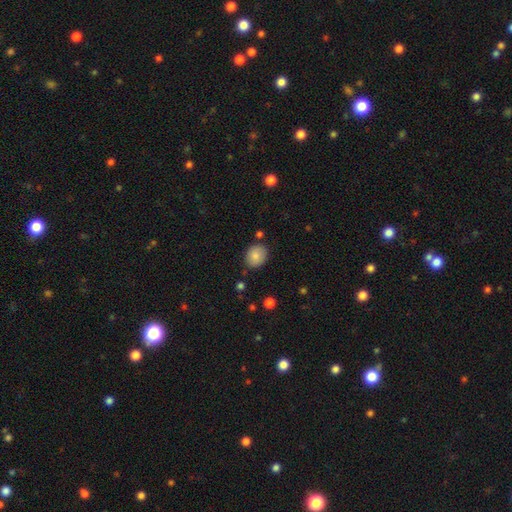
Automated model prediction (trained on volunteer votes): Smooth or featured: smooth — 84% (star or artifact — 8%)
How rounded: round — 59% (in between — 40%)
Merging: none — 81% (minor disturbance — 13%)